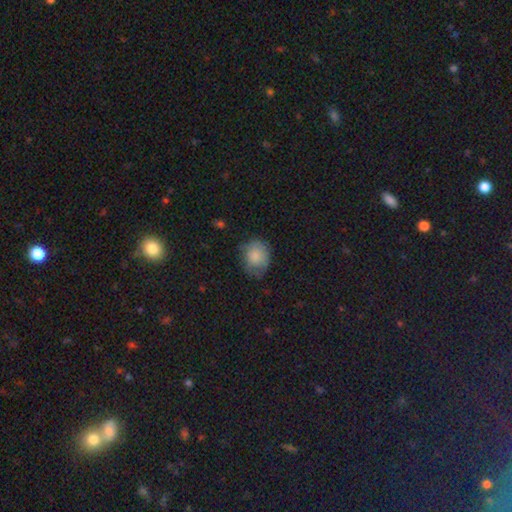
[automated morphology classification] The model was most divided on "merging": none: 59%, minor disturbance: 30%, major disturbance: 10%, merger: 1%. More confident: smooth or featured — smooth (80%); how rounded — round (66%).